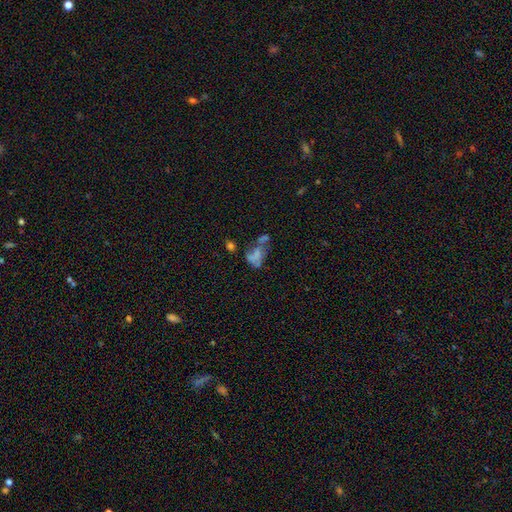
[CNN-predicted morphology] The model was most divided on "smooth or featured": smooth: 44%, featured or disk: 39%, star or artifact: 16%. Remaining: merging — merger (36%).